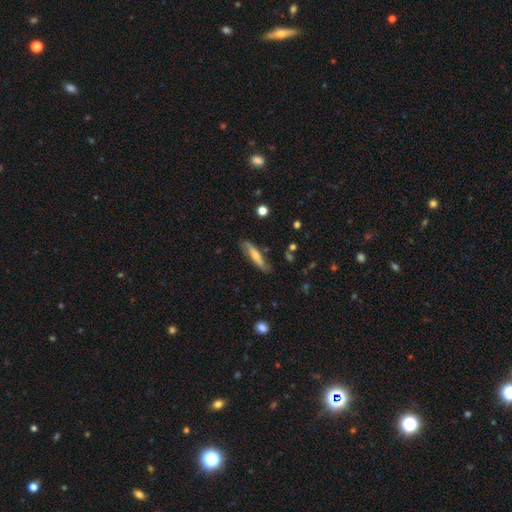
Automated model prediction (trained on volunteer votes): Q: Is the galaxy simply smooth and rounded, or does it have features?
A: smooth — 49%.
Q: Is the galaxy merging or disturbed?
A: none — 76%.